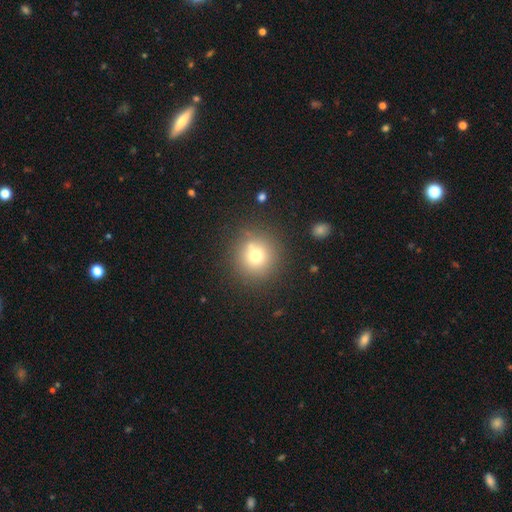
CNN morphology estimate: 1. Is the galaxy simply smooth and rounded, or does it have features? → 70% smooth, 16% star or artifact, 13% featured or disk.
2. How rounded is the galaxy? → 93% round, 6% in between, 1% cigar-shaped.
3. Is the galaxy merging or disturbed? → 79% none, 10% minor disturbance, 7% merger, 4% major disturbance.